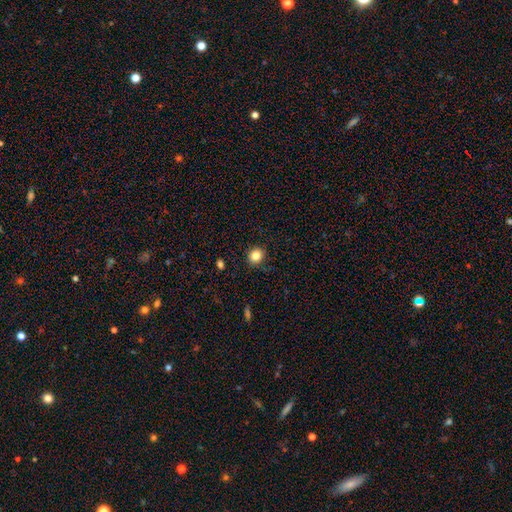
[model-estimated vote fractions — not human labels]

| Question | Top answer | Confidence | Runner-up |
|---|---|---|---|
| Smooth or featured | smooth | 83% | star or artifact (11%) |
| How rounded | round | 78% | in between (21%) |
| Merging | none | 89% | minor disturbance (8%) |